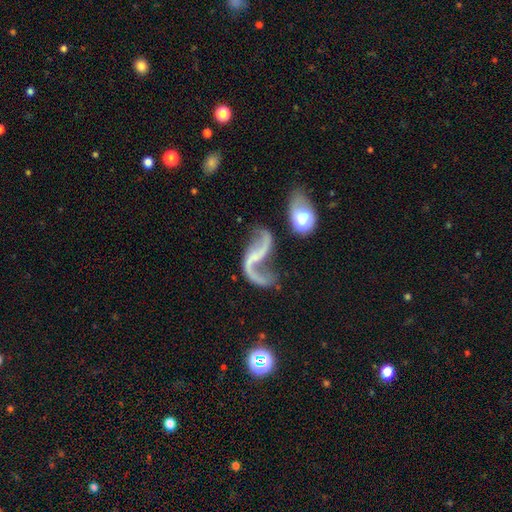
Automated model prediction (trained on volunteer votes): Overall: featured or disk (88%). Edge-on disk: no (97%). Bar: no (45%; weak 35%). Spiral arms: yes (94%). Spiral arm count: 2 (90%). Spiral winding: loose (92%). Bulge size: none (46%; small 43%). Merging: none (52%; major disturbance 19%).